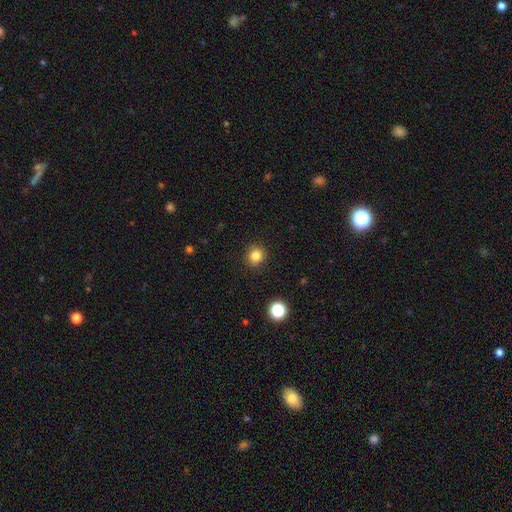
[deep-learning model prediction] Smooth or featured?
  - smooth: 82% *
  - star or artifact: 13%
  - featured or disk: 5%
How rounded?
  - round: 86% *
  - in between: 13%
  - cigar-shaped: 1%
Merging?
  - none: 89% *
  - minor disturbance: 7%
  - major disturbance: 2%
  - merger: 1%